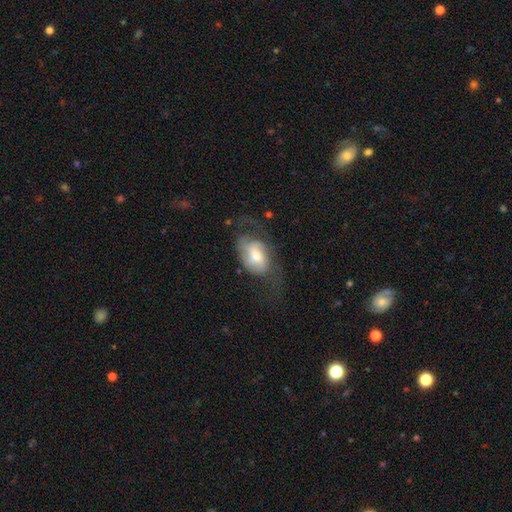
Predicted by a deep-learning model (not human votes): Smooth or featured? Predicted: featured or disk (p=0.59). Edge-on disk? Predicted: no (p=0.95). Bar? Predicted: no (p=0.54). Spiral arms? Predicted: yes (p=0.80). Bulge size? Predicted: moderate (p=0.54). Merging? Predicted: none (p=0.39).